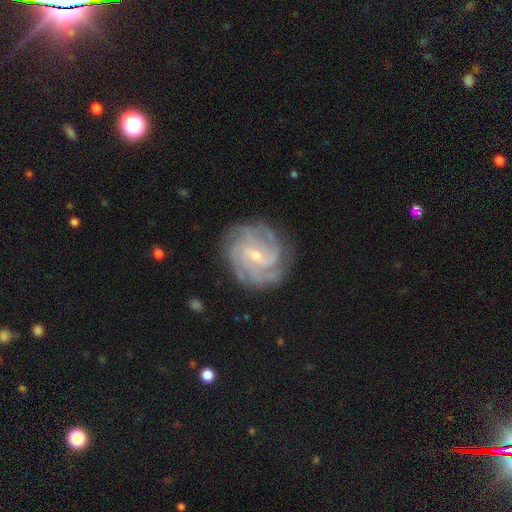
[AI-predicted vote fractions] featured or disk 88%, star or artifact 6%, smooth 6%. Down the decision tree: edge-on disk — no (98%); bar — no (45%); spiral arms — yes (98%); spiral arm count — 4 (33%); spiral winding — tight (63%); bulge size — small (68%); merging — none (81%).